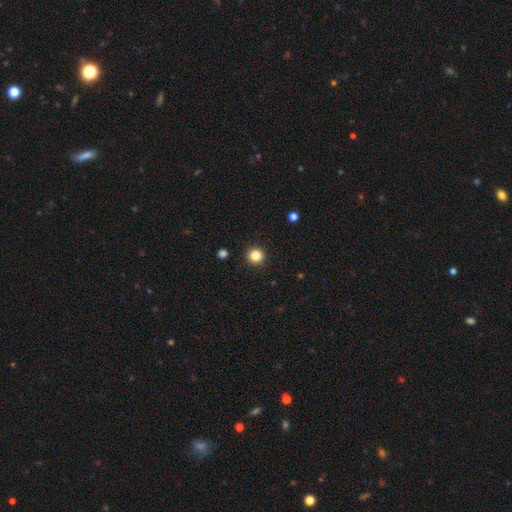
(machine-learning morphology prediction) A smooth galaxy with no disk features (84%) that is round (95%). Merging: none (93%).